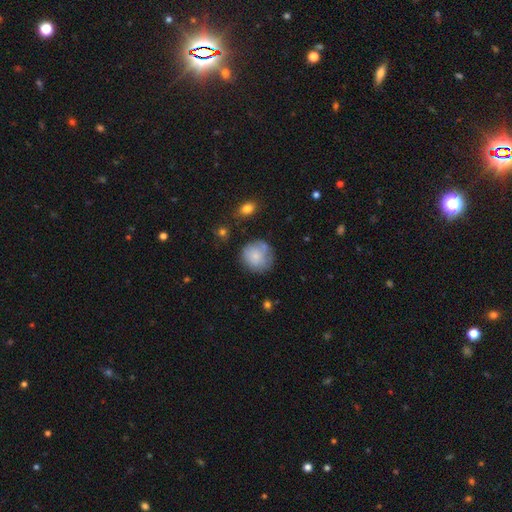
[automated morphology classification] Q: Smooth or featured?
A: smooth (72%); runner-up: featured or disk (20%)
Q: How rounded?
A: round (85%); runner-up: in between (14%)
Q: Merging?
A: none (62%); runner-up: minor disturbance (24%)